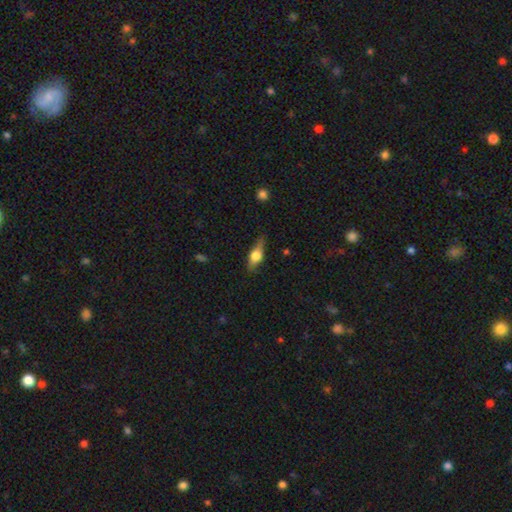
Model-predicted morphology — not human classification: Overall: smooth (50%; featured or disk 43%). How rounded: in between (63%; cigar-shaped 31%). Merging: none (77%).